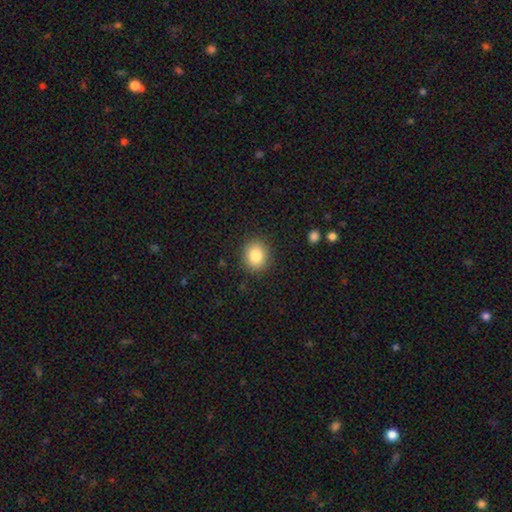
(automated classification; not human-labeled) This is clearly a smooth galaxy (85%). How rounded: likely round (74%). Merging: clearly none (89%).